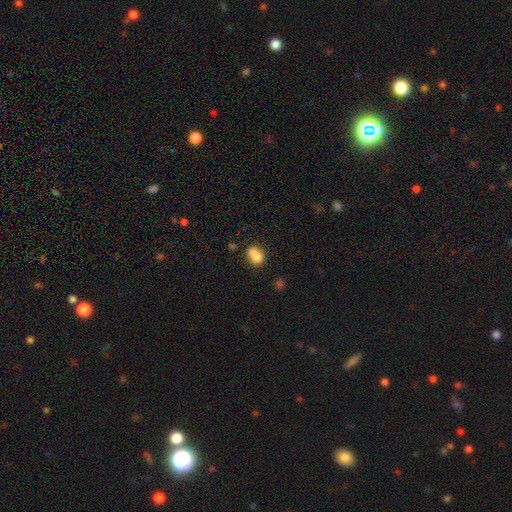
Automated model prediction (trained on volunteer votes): A smooth galaxy with no disk features (73%) that is round (55%). Merging: merger (59%).